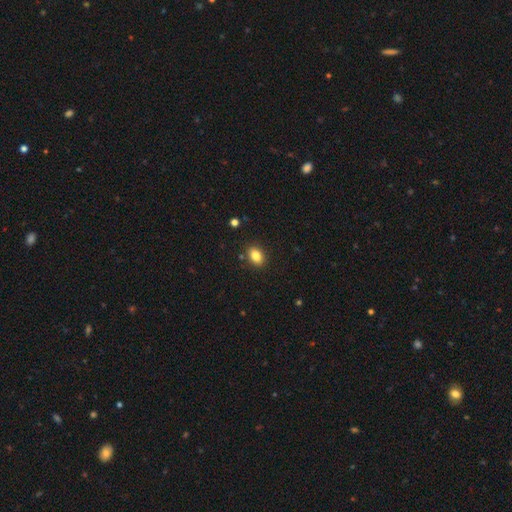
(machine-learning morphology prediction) A smooth galaxy with no disk features (84%) that is in between round and cigar-shaped (76%).

Vote fractions:
- Smooth or featured? smooth: 84% / star or artifact: 10% / featured or disk: 7%
- How rounded? in between: 76% / round: 23% / cigar-shaped: 1%
- Merging? none: 87% / minor disturbance: 9% / major disturbance: 2% / merger: 2%